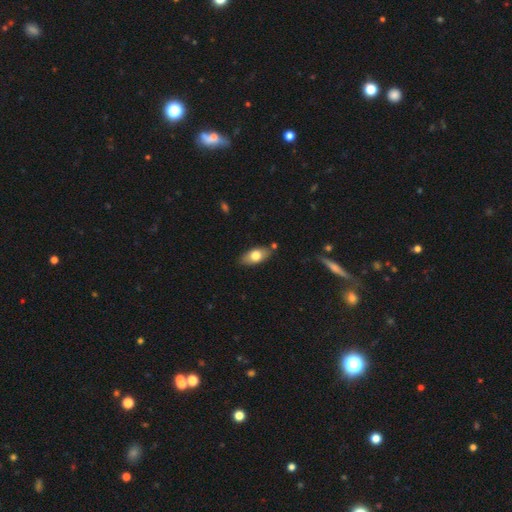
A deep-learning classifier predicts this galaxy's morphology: This appears to be a smooth galaxy with no disk features (72%) that is in between round and cigar-shaped (89%). Merging: none (80%).